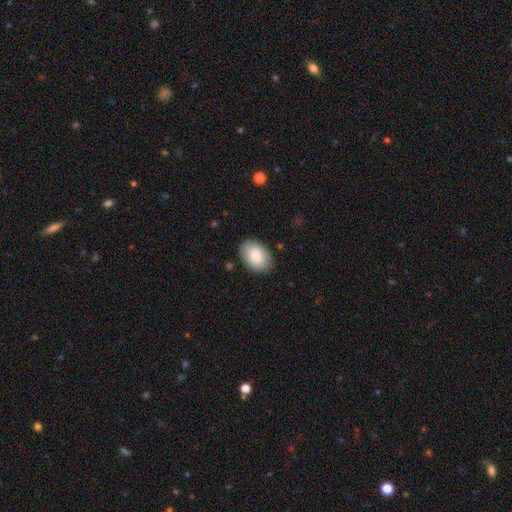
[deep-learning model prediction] Smooth or featured?
  - smooth: 81% *
  - featured or disk: 13%
  - star or artifact: 6%
How rounded?
  - in between: 86% *
  - round: 13%
  - cigar-shaped: 1%
Merging?
  - none: 83% *
  - minor disturbance: 13%
  - major disturbance: 3%
  - merger: 1%